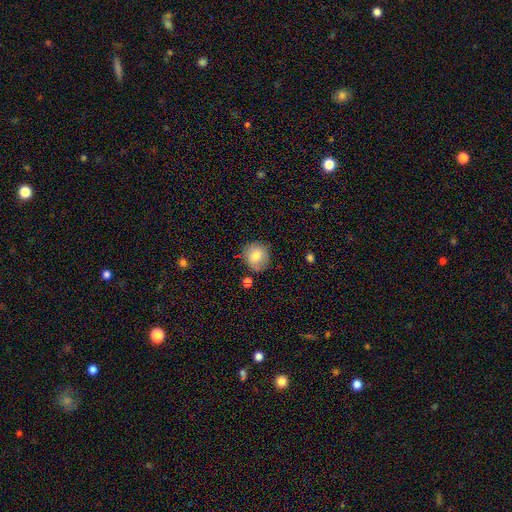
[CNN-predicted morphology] Smooth or featured? Predicted: smooth (p=0.77). How rounded? Predicted: round (p=0.86). Merging? Predicted: none (p=0.77).